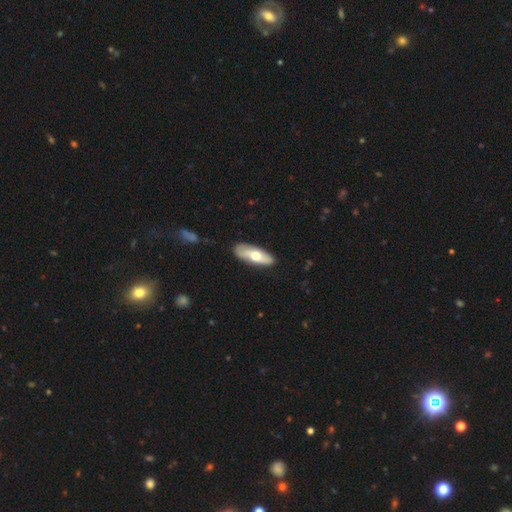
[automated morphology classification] Smooth or featured: smooth — 57% (featured or disk — 38%)
How rounded: in between — 66% (cigar-shaped — 32%)
Merging: none — 80% (minor disturbance — 15%)